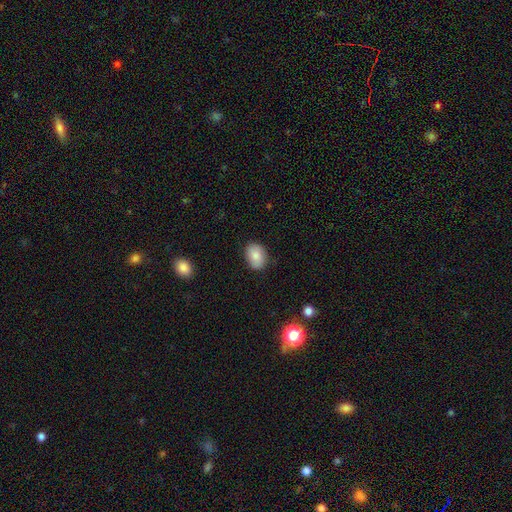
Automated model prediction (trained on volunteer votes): A smooth galaxy with no disk features (84%) that is in between round and cigar-shaped (73%).

Vote fractions:
- Smooth or featured? smooth: 84% / featured or disk: 8% / star or artifact: 8%
- How rounded? in between: 73% / round: 26% / cigar-shaped: 1%
- Merging? none: 82% / minor disturbance: 14% / major disturbance: 3% / merger: 1%